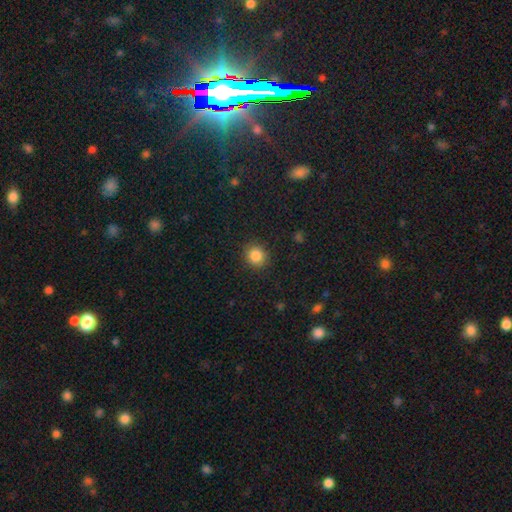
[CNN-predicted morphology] Smooth or featured?
  - smooth: 85% *
  - star or artifact: 11%
  - featured or disk: 4%
How rounded?
  - round: 87% *
  - in between: 12%
  - cigar-shaped: 1%
Merging?
  - none: 90% *
  - minor disturbance: 7%
  - major disturbance: 2%
  - merger: 1%